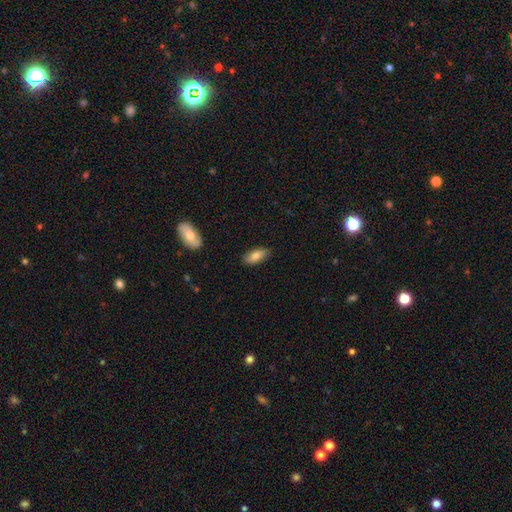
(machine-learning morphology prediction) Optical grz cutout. It shows a smooth galaxy with no disk features (79%) that is in between round and cigar-shaped (85%). Merging: none (86%).